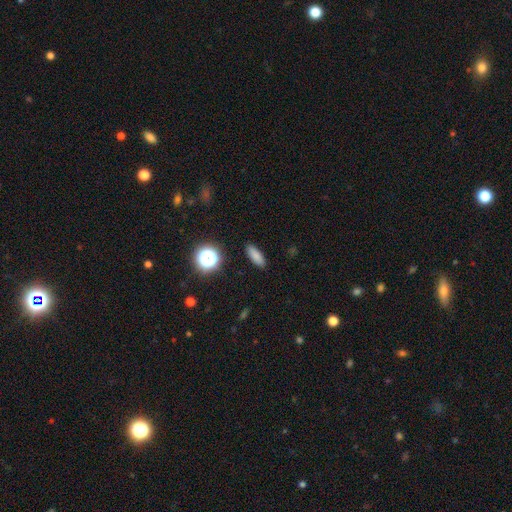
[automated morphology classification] smooth 80%, star or artifact 13%, featured or disk 7%. Down the decision tree: how rounded — in between (59%); merging — none (89%).